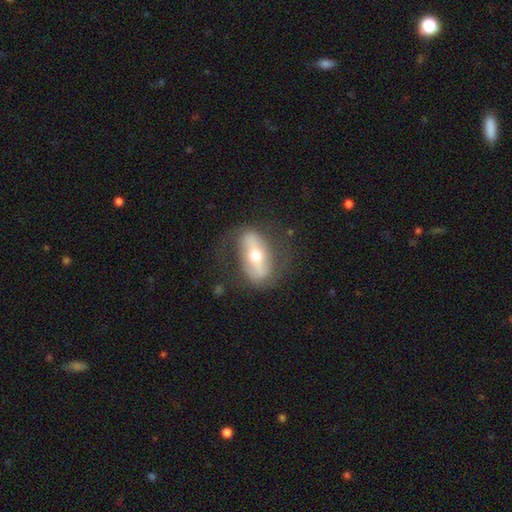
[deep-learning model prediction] smooth-or-featured: featured or disk: 66% | smooth: 27% | star or artifact: 7%
  disk-edge-on: no: 78% | yes: 22%
    bar: strong: 58% | no: 22% | weak: 20%
    has-spiral-arms: no: 53% | yes: 47%
    bulge-size: moderate: 66% | small: 26% | large: 6% | dominant: 1% | none: 1%
  merging: none: 68% | minor disturbance: 17% | major disturbance: 13% | merger: 2%